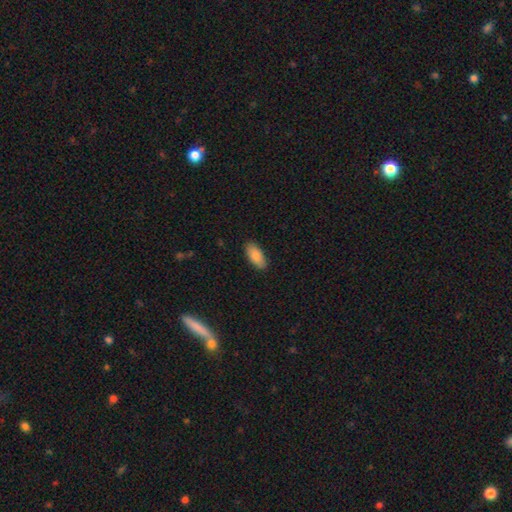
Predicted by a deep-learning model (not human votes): smooth-or-featured: smooth: 86% | featured or disk: 8% | star or artifact: 6%
  how-rounded: in between: 89% | cigar-shaped: 9% | round: 2%
  merging: none: 88% | minor disturbance: 9% | major disturbance: 2% | merger: 1%